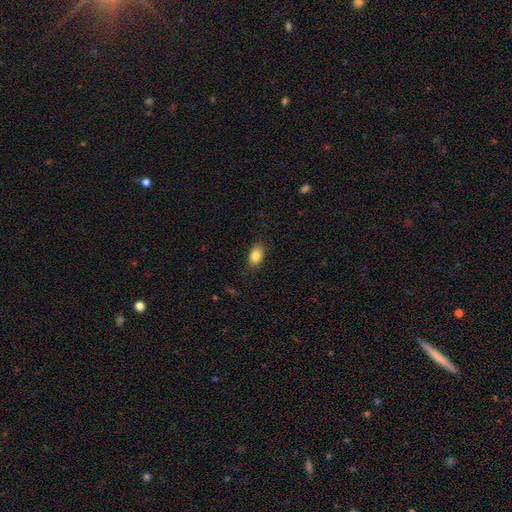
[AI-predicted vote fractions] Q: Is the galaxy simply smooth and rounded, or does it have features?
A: smooth — 84%.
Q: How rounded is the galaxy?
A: in between — 88%.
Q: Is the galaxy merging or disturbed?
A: none — 85%.